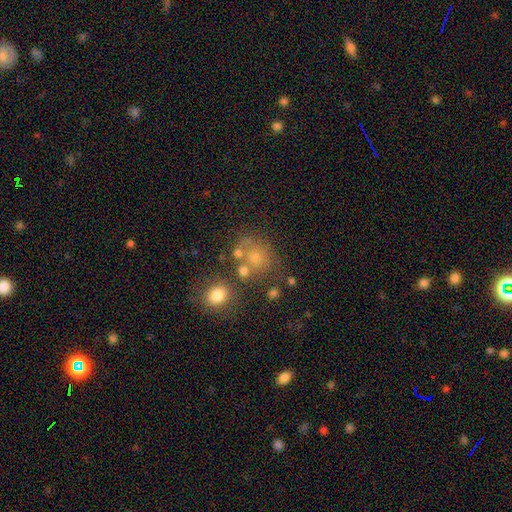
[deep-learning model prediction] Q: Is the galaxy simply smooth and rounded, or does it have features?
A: smooth — 64%.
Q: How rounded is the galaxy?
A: round — 73%.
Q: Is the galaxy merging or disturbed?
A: none — 52%.